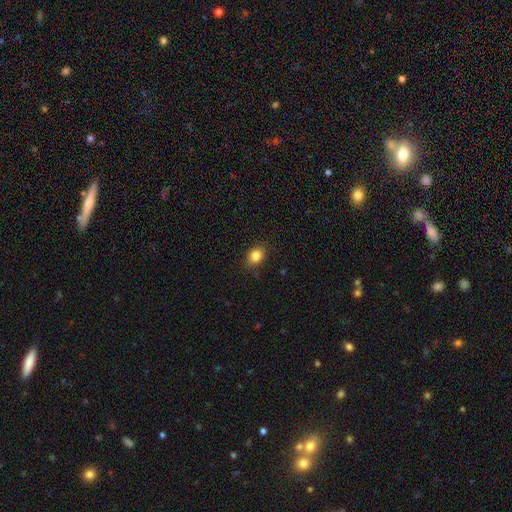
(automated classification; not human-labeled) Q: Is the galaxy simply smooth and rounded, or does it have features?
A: smooth — 85%.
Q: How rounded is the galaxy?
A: in between — 70%.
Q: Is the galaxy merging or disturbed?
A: none — 85%.